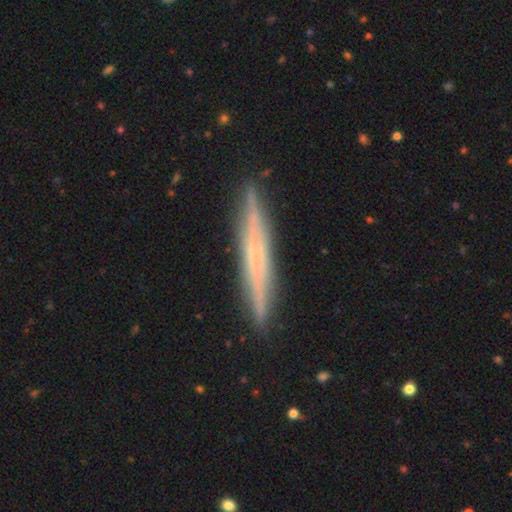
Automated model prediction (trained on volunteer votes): smooth_or_featured: featured or disk (p=0.60) [alt: smooth p=0.33]
disk_edge_on: yes (p=0.93) [alt: no p=0.07]
edge_on_bulge: none (p=0.71) [alt: rounded p=0.22]
merging: none (p=0.89) [alt: minor disturbance p=0.08]